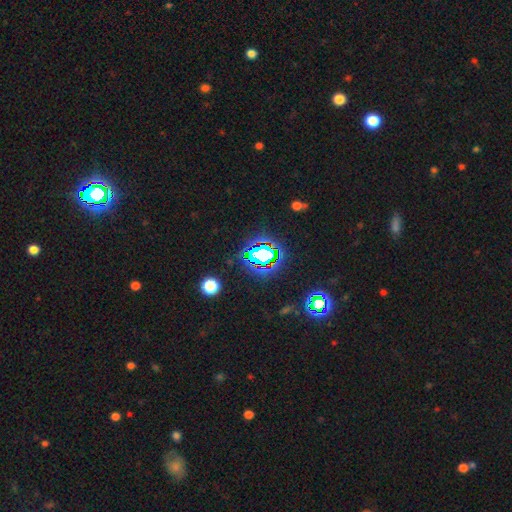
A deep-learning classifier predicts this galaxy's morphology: A star or artifact, not a galaxy (81%).

Vote fractions:
- Smooth or featured? star or artifact: 81% / smooth: 11% / featured or disk: 7%